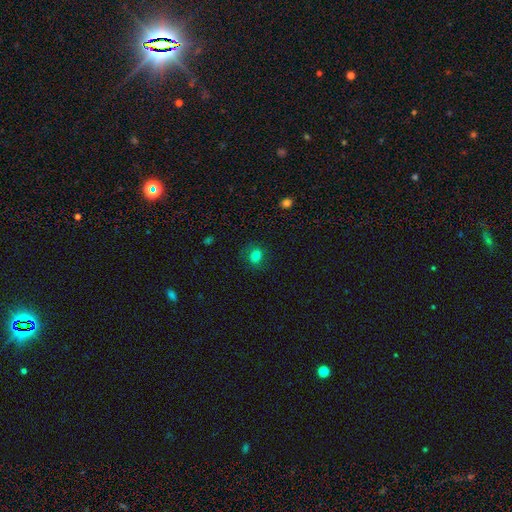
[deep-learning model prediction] This is clearly a smooth galaxy (80%). How rounded: possibly round (53%). Merging: likely none (77%).